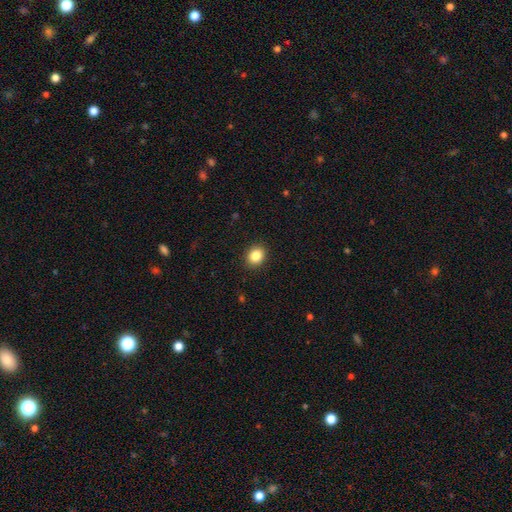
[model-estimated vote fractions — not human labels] Overall: smooth (85%). How rounded: round (57%; in between 42%). Merging: none (91%).